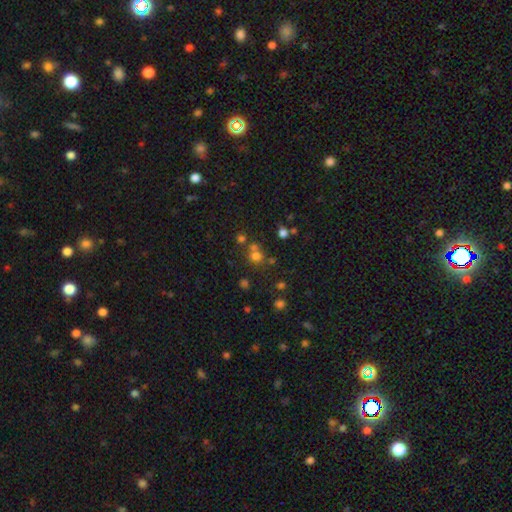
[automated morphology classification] Smooth or featured?
  - smooth: 65% *
  - star or artifact: 24%
  - featured or disk: 10%
How rounded?
  - round: 85% *
  - in between: 14%
  - cigar-shaped: 1%
Merging?
  - none: 58% *
  - merger: 28%
  - minor disturbance: 9%
  - major disturbance: 5%